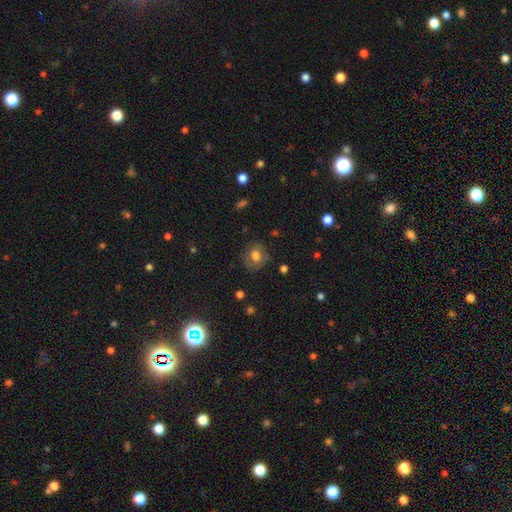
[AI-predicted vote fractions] smooth_or_featured: smooth (p=0.70) [alt: featured or disk p=0.19]
how_rounded: round (p=0.73) [alt: in between p=0.26]
merging: none (p=0.75) [alt: minor disturbance p=0.18]